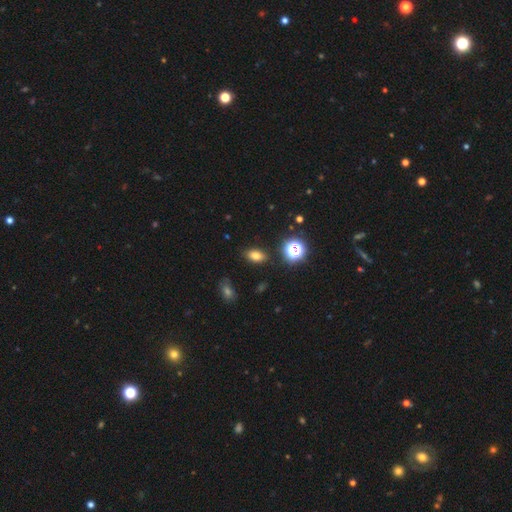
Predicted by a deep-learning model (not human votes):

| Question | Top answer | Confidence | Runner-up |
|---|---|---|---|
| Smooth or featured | smooth | 75% | star or artifact (17%) |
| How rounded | in between | 81% | round (16%) |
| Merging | none | 86% | minor disturbance (9%) |